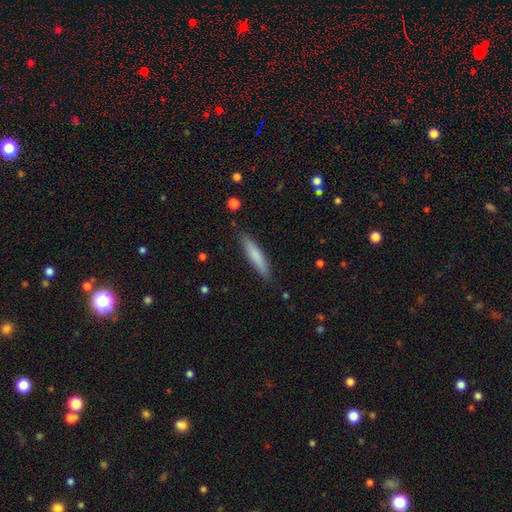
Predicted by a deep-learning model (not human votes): Smooth or featured? Predicted: smooth (p=0.75). How rounded? Predicted: cigar-shaped (p=0.87). Merging? Predicted: none (p=0.87).